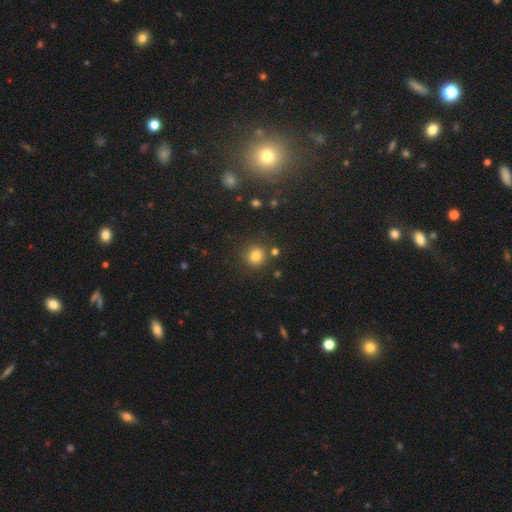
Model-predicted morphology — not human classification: Q: Smooth or featured?
A: smooth (81%); runner-up: star or artifact (13%)
Q: How rounded?
A: round (90%); runner-up: in between (9%)
Q: Merging?
A: none (81%); runner-up: minor disturbance (9%)